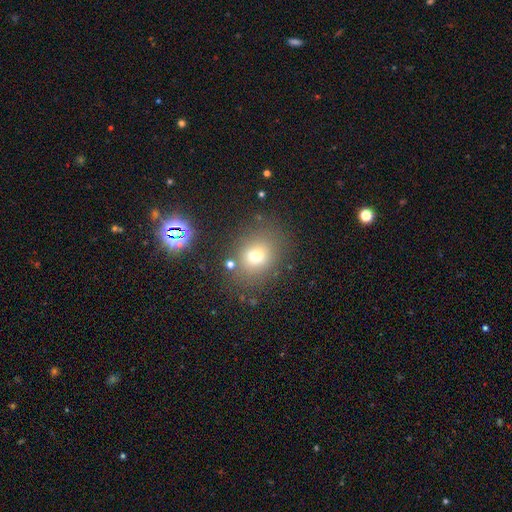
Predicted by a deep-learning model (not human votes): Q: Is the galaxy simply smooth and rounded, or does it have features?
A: smooth — 70%.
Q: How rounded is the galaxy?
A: round — 63%.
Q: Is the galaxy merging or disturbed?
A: none — 78%.